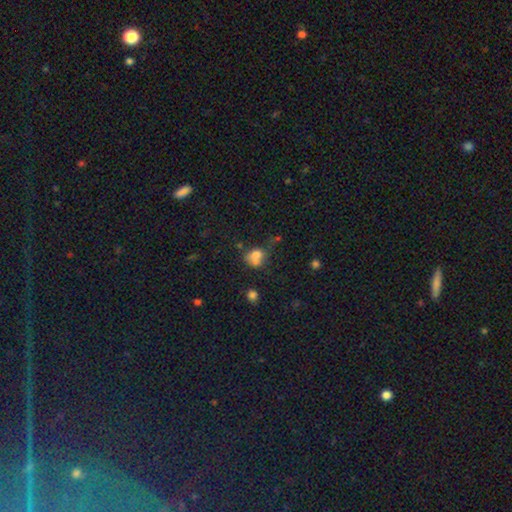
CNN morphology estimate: Q: Smooth or featured?
A: smooth (70%); runner-up: featured or disk (16%)
Q: How rounded?
A: in between (50%); runner-up: round (49%)
Q: Merging?
A: merger (45%); runner-up: none (29%)